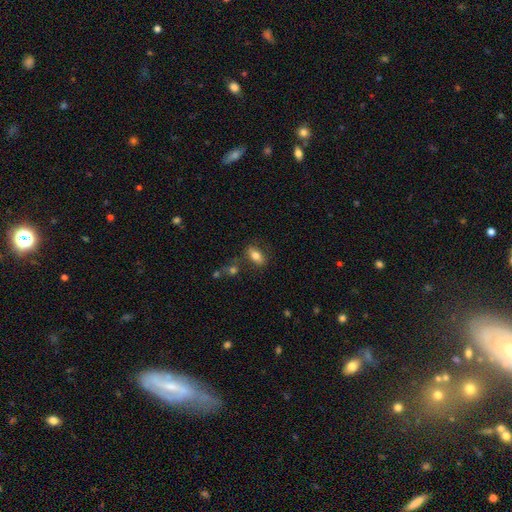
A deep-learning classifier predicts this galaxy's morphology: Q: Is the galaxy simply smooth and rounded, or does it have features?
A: smooth — 77%.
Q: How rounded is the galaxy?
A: in between — 85%.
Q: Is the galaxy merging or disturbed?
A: none — 76%.